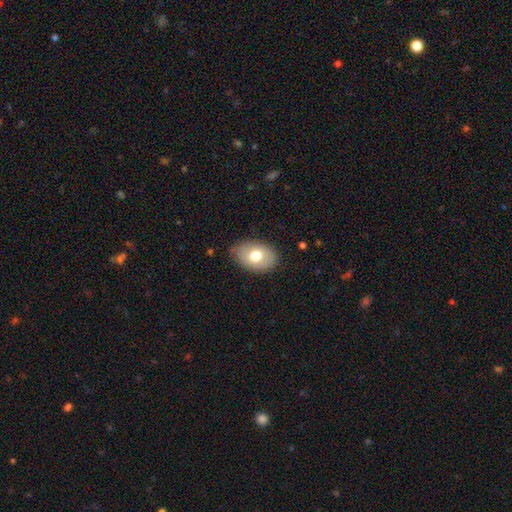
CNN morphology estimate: Q: Smooth or featured?
A: smooth (69%); runner-up: featured or disk (23%)
Q: How rounded?
A: in between (86%); runner-up: round (13%)
Q: Merging?
A: none (81%); runner-up: minor disturbance (15%)